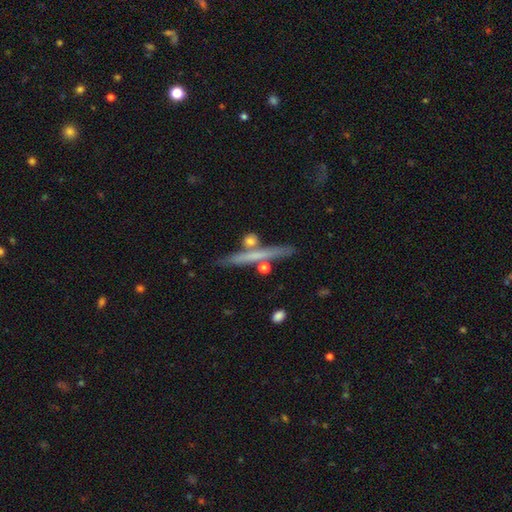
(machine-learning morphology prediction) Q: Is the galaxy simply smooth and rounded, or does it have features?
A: featured or disk — 51%.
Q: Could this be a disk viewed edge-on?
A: yes — 94%.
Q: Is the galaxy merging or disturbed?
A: none — 79%.